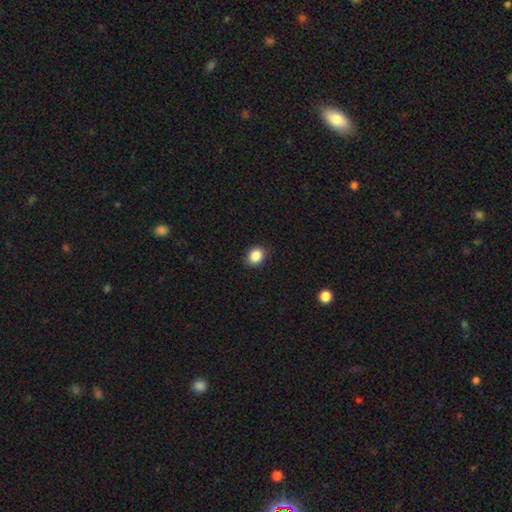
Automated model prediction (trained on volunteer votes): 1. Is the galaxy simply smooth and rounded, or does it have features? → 87% smooth, 10% star or artifact, 4% featured or disk.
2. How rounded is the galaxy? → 67% round, 32% in between, 1% cigar-shaped.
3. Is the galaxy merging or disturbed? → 88% none, 9% minor disturbance, 2% major disturbance, 1% merger.